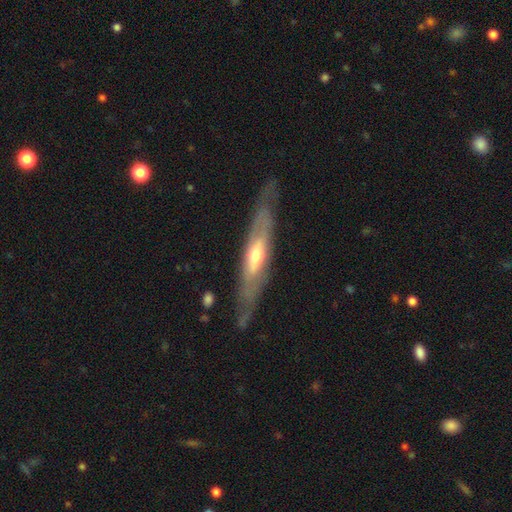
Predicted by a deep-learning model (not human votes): Overall: featured or disk (69%). Edge-on disk: yes (64%; no 36%). Merging: none (77%).